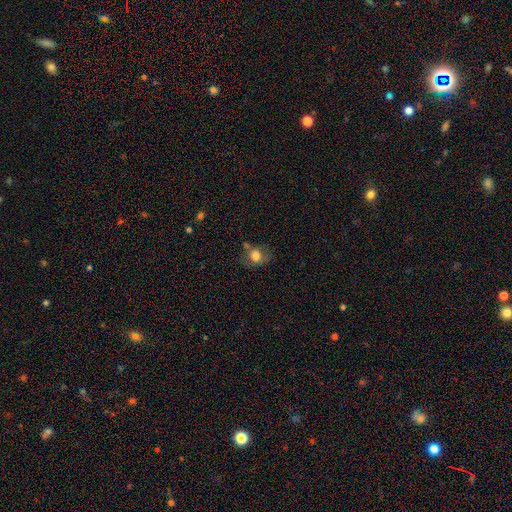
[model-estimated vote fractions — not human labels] Q: Smooth or featured?
A: smooth (74%); runner-up: featured or disk (15%)
Q: How rounded?
A: round (57%); runner-up: in between (42%)
Q: Merging?
A: none (49%); runner-up: minor disturbance (27%)